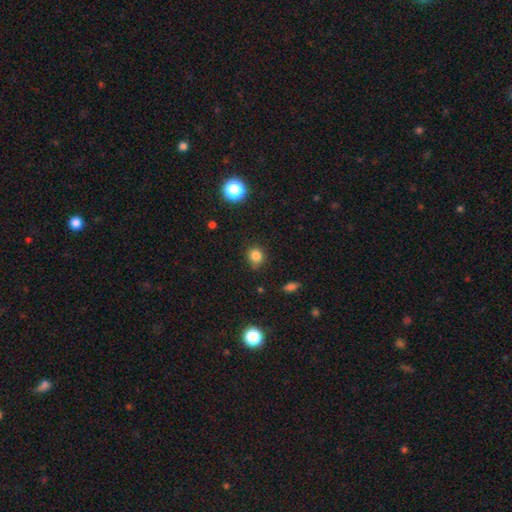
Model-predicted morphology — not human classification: A smooth galaxy with no disk features (82%) that is round (73%). Merging: none (75%).